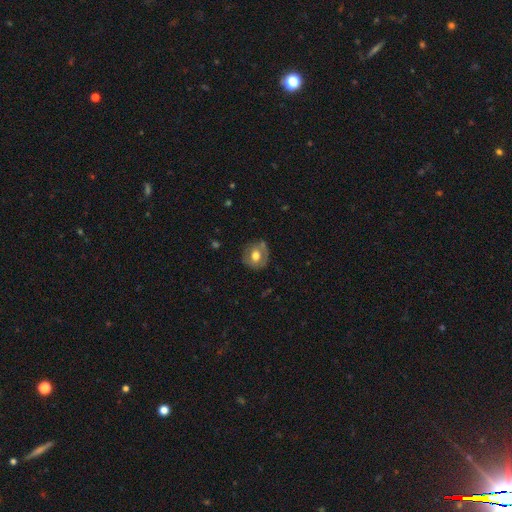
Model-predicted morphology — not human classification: A smooth galaxy with no disk features (56%) that is round (77%). Merging: none (71%).